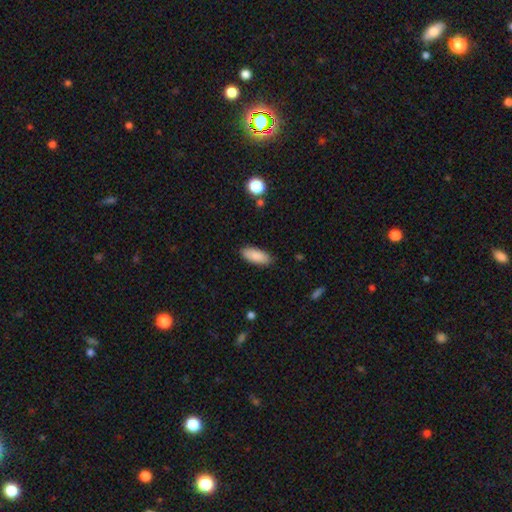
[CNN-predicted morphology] Smooth or featured: smooth — 88% (star or artifact — 6%)
How rounded: in between — 79% (cigar-shaped — 19%)
Merging: none — 87% (minor disturbance — 10%)